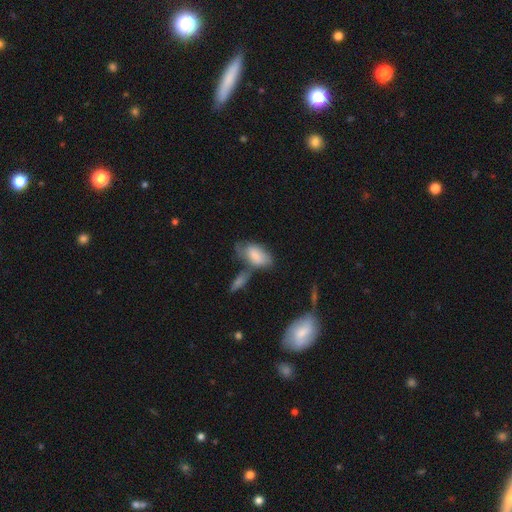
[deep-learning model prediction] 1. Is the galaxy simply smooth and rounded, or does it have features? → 68% smooth, 25% featured or disk, 7% star or artifact.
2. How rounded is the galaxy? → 92% in between, 4% round, 4% cigar-shaped.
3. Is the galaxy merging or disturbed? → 32% none, 30% merger, 24% minor disturbance, 14% major disturbance.